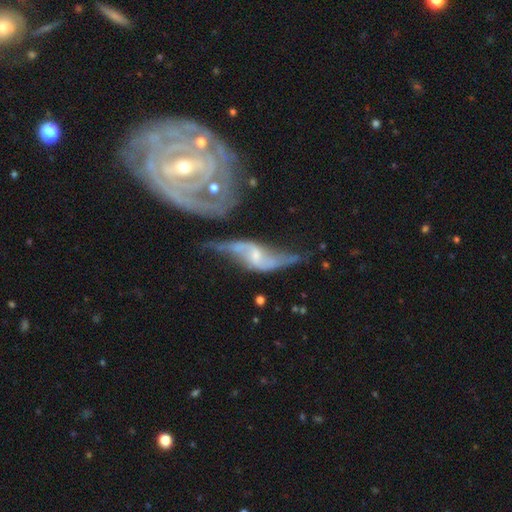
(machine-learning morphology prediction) Smooth or featured? Predicted: featured or disk (p=0.84). Edge-on disk? Predicted: no (p=0.89). Bar? Predicted: weak (p=0.46). Spiral arms? Predicted: yes (p=0.90). Spiral winding? Predicted: loose (p=0.80). Spiral arm count? Predicted: 2 (p=0.89). Bulge size? Predicted: small (p=0.56). Merging? Predicted: none (p=0.36).